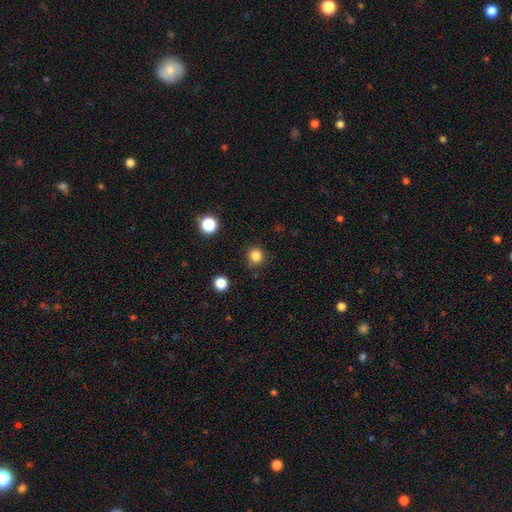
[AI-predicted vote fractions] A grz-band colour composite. It shows a smooth galaxy with no disk features (83%) that is round (89%). Merging: none (83%).